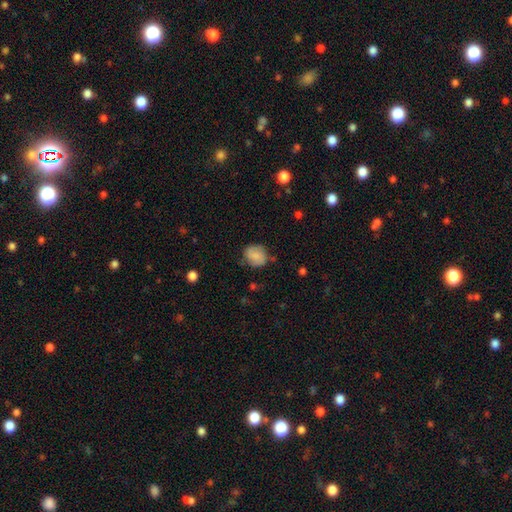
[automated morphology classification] Overall: smooth (70%). How rounded: round (72%). Merging: none (71%).